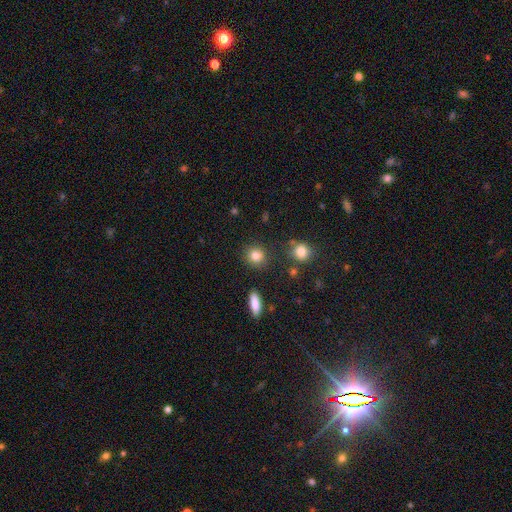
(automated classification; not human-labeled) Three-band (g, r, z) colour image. It shows a smooth galaxy with no disk features (84%) that is round (87%). Merging: none (86%).